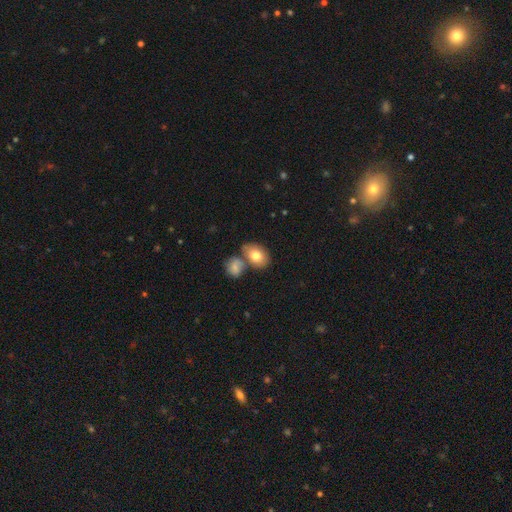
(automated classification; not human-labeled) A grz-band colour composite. It shows a smooth galaxy with no disk features (77%) that is in between round and cigar-shaped (77%). Merging: none (53%).